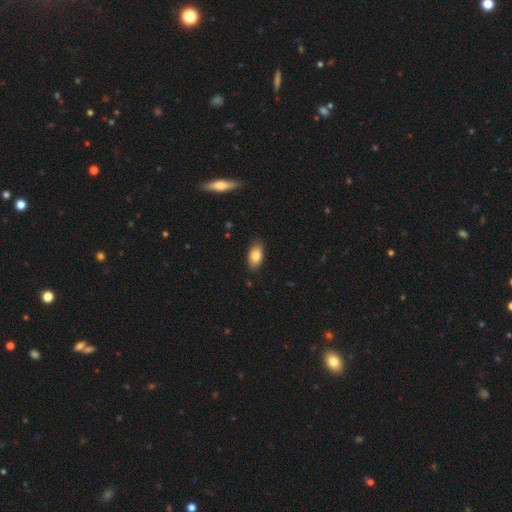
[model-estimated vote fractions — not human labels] smooth-or-featured: smooth: 82% | featured or disk: 10% | star or artifact: 7%
  how-rounded: in between: 91% | round: 5% | cigar-shaped: 4%
  merging: none: 87% | minor disturbance: 10% | major disturbance: 2% | merger: 1%